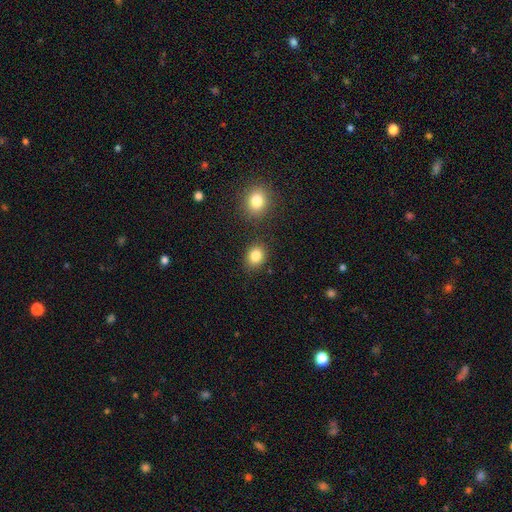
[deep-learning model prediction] A smooth galaxy with no disk features (84%) that is round (59%).

Vote fractions:
- Smooth or featured? smooth: 84% / star or artifact: 10% / featured or disk: 6%
- How rounded? round: 59% / in between: 40% / cigar-shaped: 1%
- Merging? none: 82% / minor disturbance: 10% / merger: 6% / major disturbance: 3%